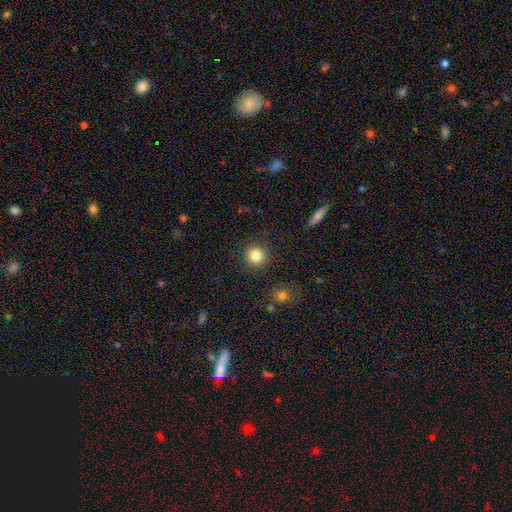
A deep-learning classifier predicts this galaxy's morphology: Q: Smooth or featured?
A: smooth (84%); runner-up: star or artifact (10%)
Q: How rounded?
A: round (95%); runner-up: in between (4%)
Q: Merging?
A: none (91%); runner-up: minor disturbance (6%)